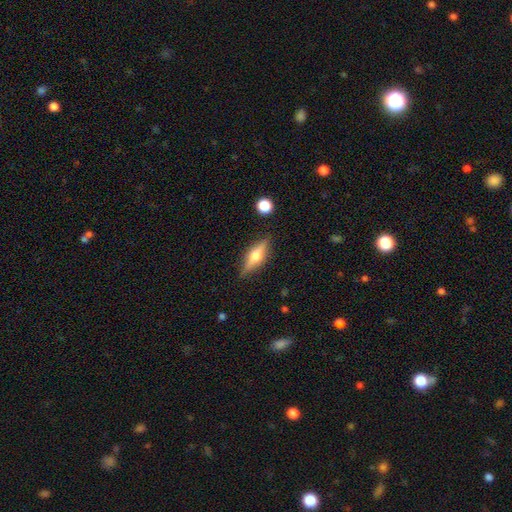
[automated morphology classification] smooth-or-featured: featured or disk: 61% | smooth: 32% | star or artifact: 7%
  disk-edge-on: yes: 94% | no: 6%
    edge-on-bulge: rounded: 93% | boxy: 5% | none: 2%
  merging: none: 86% | minor disturbance: 10% | major disturbance: 2% | merger: 2%